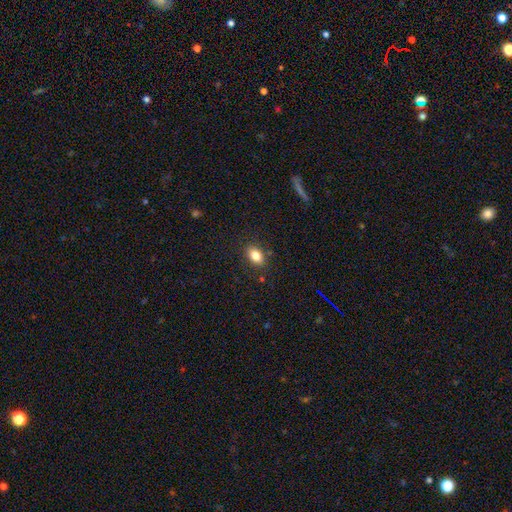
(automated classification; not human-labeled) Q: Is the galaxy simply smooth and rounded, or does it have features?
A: smooth — 83%.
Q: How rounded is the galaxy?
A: in between — 85%.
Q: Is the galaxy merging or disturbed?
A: none — 86%.